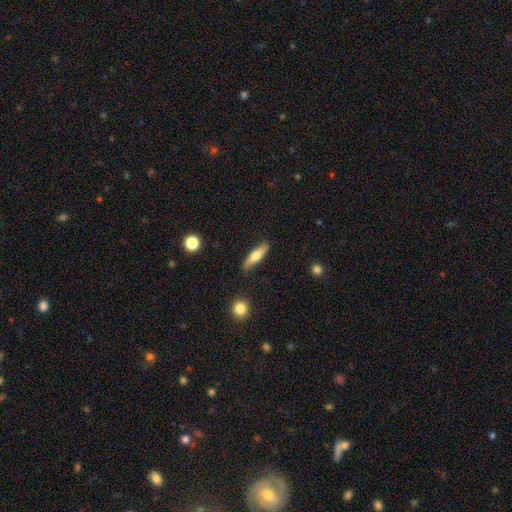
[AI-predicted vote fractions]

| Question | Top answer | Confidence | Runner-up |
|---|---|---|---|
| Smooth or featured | smooth | 62% | featured or disk (32%) |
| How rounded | cigar-shaped | 71% | in between (26%) |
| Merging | none | 83% | minor disturbance (13%) |